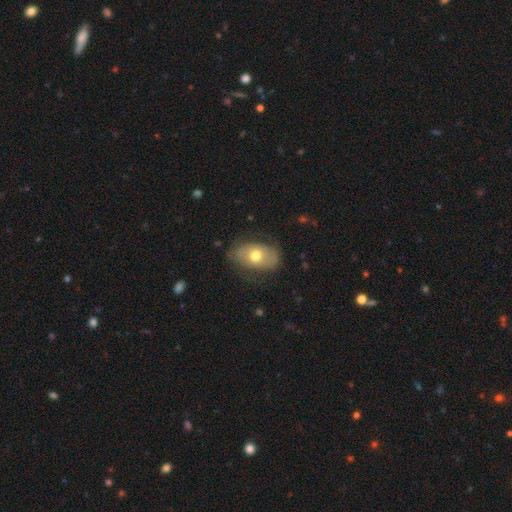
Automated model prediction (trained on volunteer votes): Q: Smooth or featured?
A: smooth (62%); runner-up: featured or disk (31%)
Q: How rounded?
A: in between (86%); runner-up: round (12%)
Q: Merging?
A: none (73%); runner-up: minor disturbance (20%)